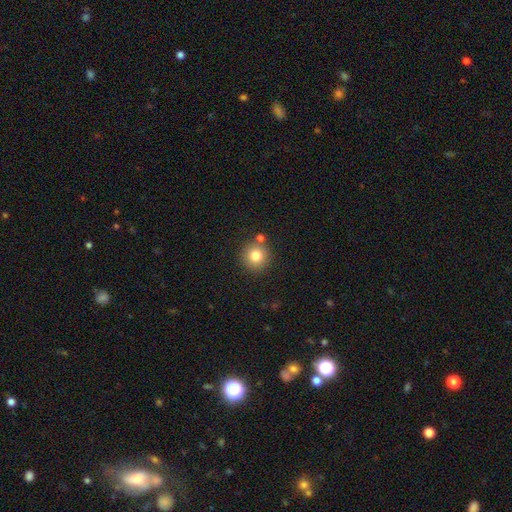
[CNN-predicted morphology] This is clearly a smooth galaxy (80%). How rounded: clearly round (94%). Merging: clearly none (80%).